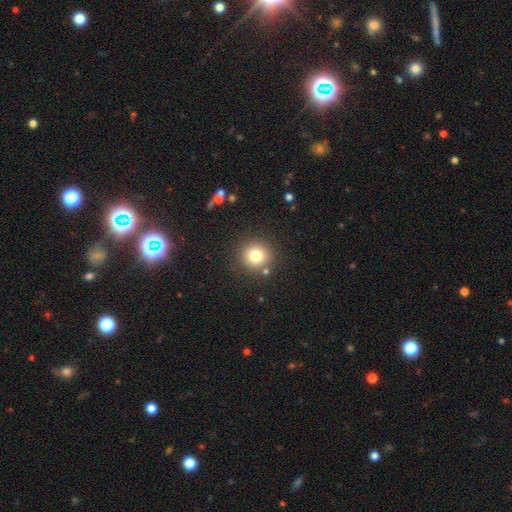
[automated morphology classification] This appears to be a smooth galaxy with no disk features (78%) that is round (93%). Merging: none (86%).